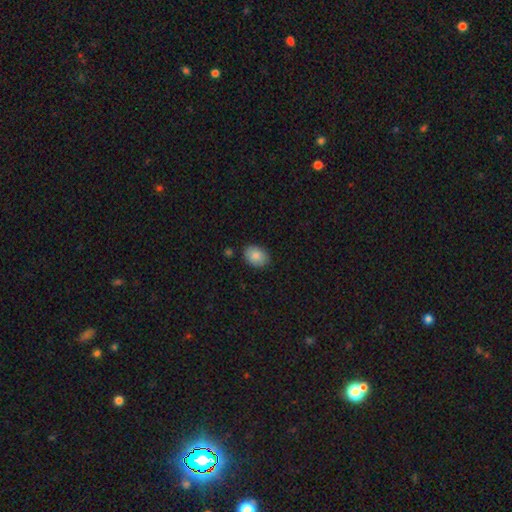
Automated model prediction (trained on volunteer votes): A smooth galaxy with no disk features (85%) that is in between round and cigar-shaped (74%).

Vote fractions:
- Smooth or featured? smooth: 85% / featured or disk: 8% / star or artifact: 7%
- How rounded? in between: 74% / round: 25% / cigar-shaped: 1%
- Merging? none: 85% / minor disturbance: 11% / major disturbance: 2% / merger: 2%